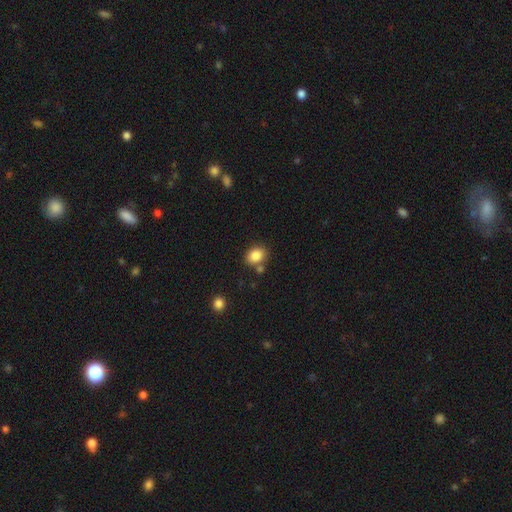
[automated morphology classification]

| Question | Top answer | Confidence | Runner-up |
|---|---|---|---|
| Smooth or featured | smooth | 85% | star or artifact (9%) |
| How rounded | in between | 58% | round (41%) |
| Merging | none | 72% | merger (12%) |